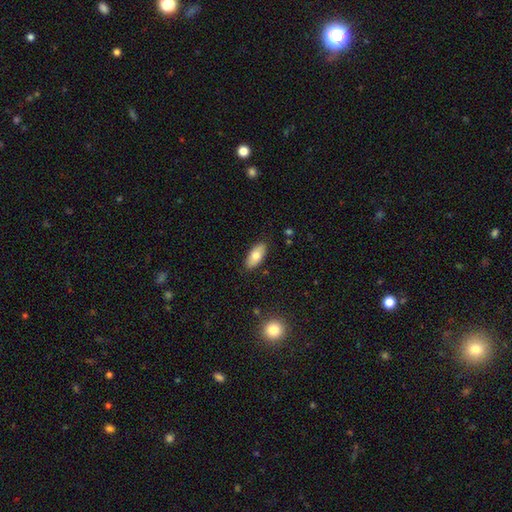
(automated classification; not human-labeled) A smooth galaxy with no disk features (77%) that is in between round and cigar-shaped (89%). Merging: none (86%).